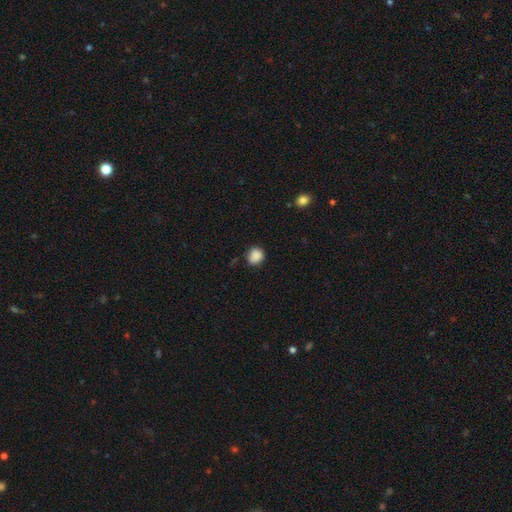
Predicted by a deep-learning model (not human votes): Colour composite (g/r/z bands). It shows a smooth galaxy with no disk features (87%) that is round (75%). Merging: none (73%).